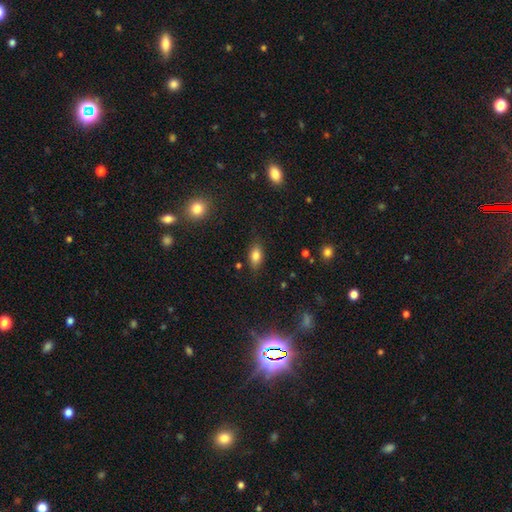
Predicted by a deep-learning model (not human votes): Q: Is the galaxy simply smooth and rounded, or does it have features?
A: smooth — 81%.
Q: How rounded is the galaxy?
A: in between — 87%.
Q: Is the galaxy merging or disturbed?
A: none — 82%.